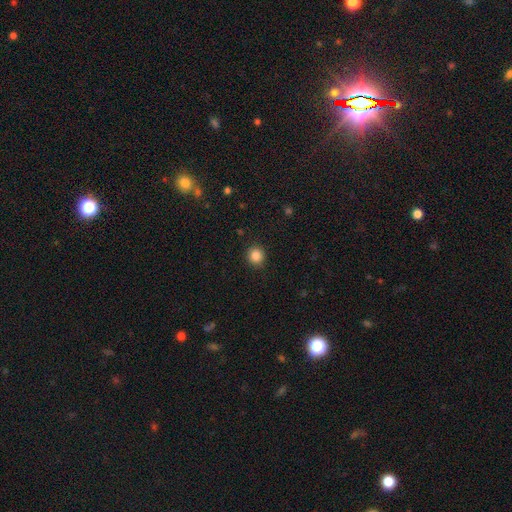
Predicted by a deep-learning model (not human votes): A smooth galaxy with no disk features (85%) that is round (90%).

Vote fractions:
- Smooth or featured? smooth: 85% / star or artifact: 11% / featured or disk: 4%
- How rounded? round: 90% / in between: 9% / cigar-shaped: 1%
- Merging? none: 90% / minor disturbance: 7% / major disturbance: 2% / merger: 1%